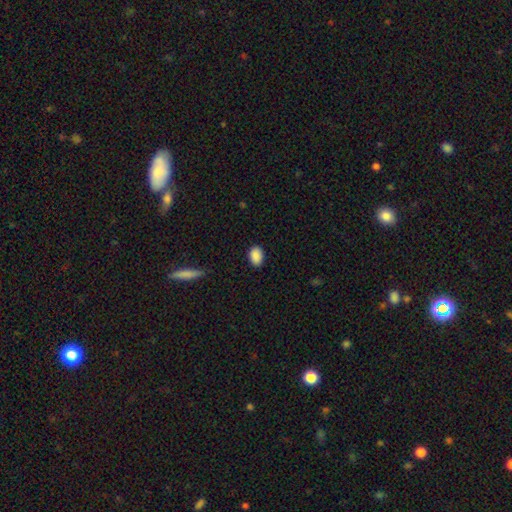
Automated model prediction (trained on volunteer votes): Smooth or featured? smooth (89%)
How rounded? in between (82%)
Merging? none (87%)